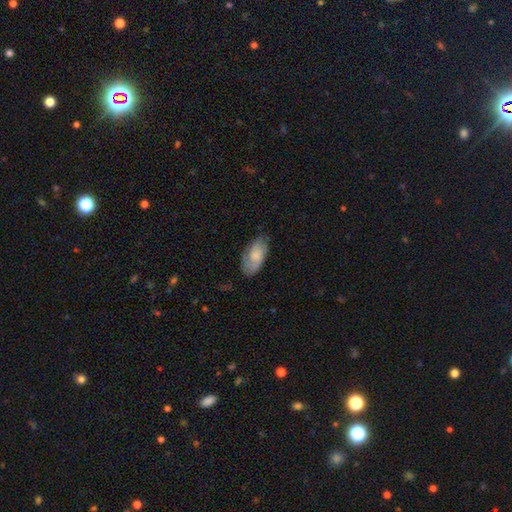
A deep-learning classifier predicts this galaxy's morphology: Smooth or featured? smooth (58%)
How rounded? in between (92%)
Merging? none (66%)